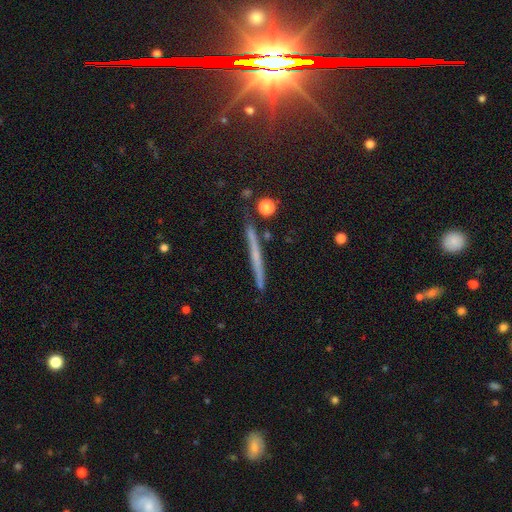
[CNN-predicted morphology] Overall: featured or disk (51%; smooth 36%). Edge-on disk: yes (96%). Merging: none (87%).